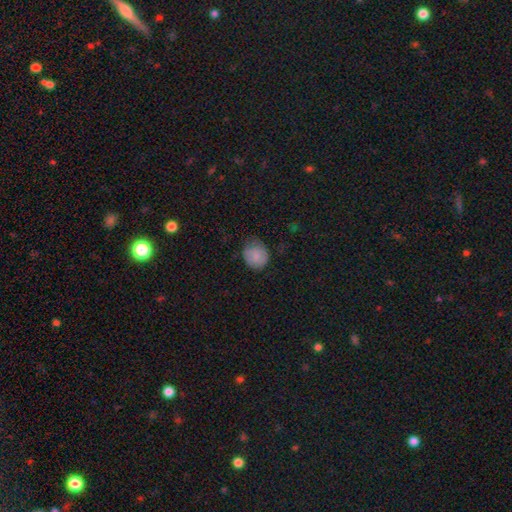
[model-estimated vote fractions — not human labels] smooth_or_featured: smooth (p=0.75) [alt: featured or disk p=0.17]
how_rounded: round (p=0.73) [alt: in between p=0.26]
merging: none (p=0.60) [alt: minor disturbance p=0.30]